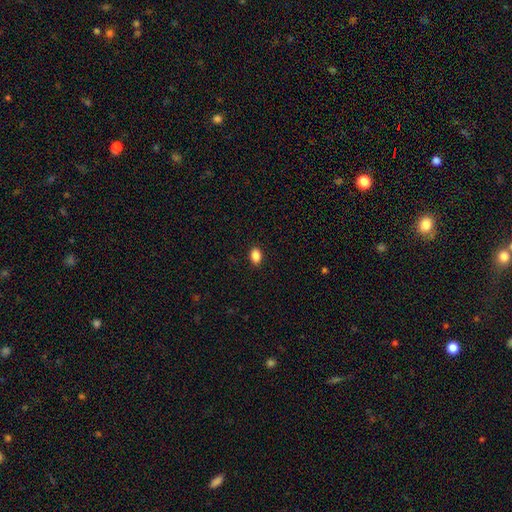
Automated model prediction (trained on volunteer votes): A smooth galaxy with no disk features (87%) that is in between round and cigar-shaped (79%).

Vote fractions:
- Smooth or featured? smooth: 87% / star or artifact: 9% / featured or disk: 3%
- How rounded? in between: 79% / round: 20% / cigar-shaped: 1%
- Merging? none: 90% / minor disturbance: 7% / major disturbance: 2% / merger: 1%